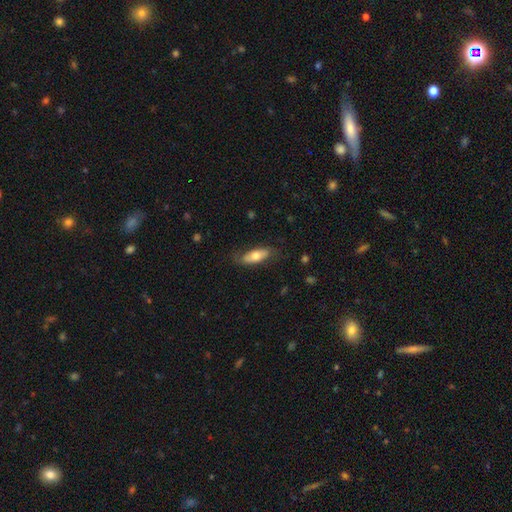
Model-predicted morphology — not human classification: This appears to be a smooth galaxy with no disk features (63%) that is in between round and cigar-shaped (76%). Merging: none (72%).